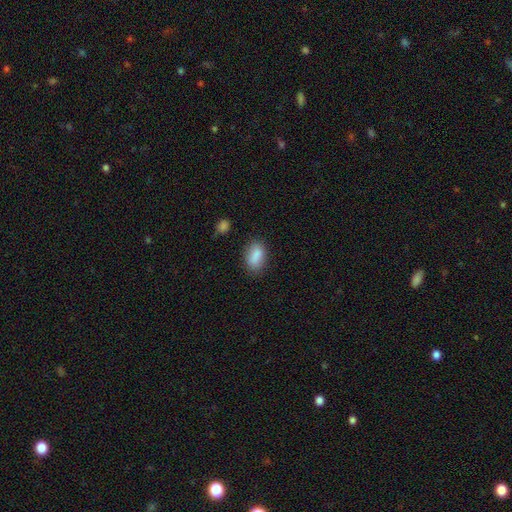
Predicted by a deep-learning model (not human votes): Smooth or featured: smooth — 86% (star or artifact — 8%)
How rounded: in between — 89% (round — 8%)
Merging: none — 78% (minor disturbance — 16%)